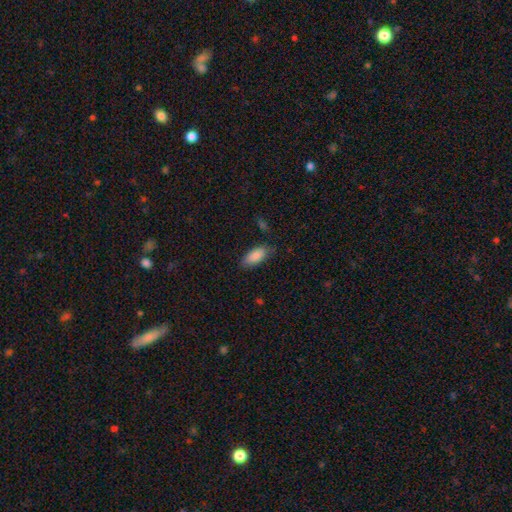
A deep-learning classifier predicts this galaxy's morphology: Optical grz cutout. It shows a smooth galaxy with no disk features (88%) that is in between round and cigar-shaped (86%). Merging: none (77%).